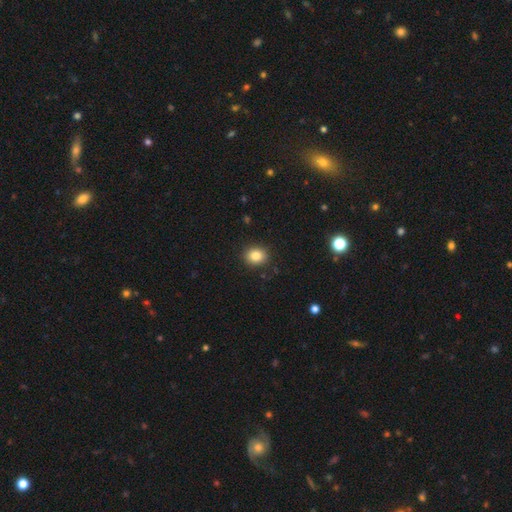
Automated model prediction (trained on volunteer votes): Morphology: type=smooth (83%); roundness=round (71%); merging=none (89%).